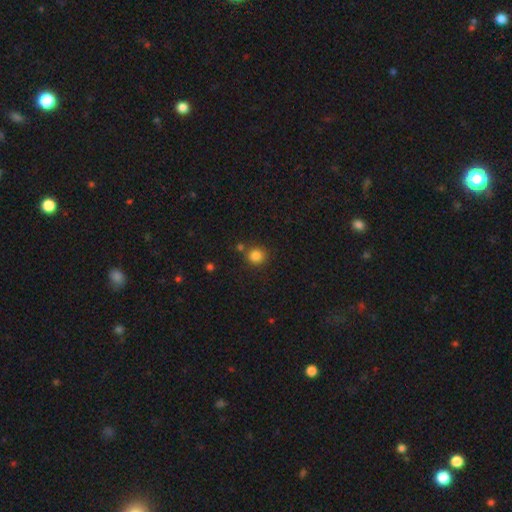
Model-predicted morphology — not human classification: smooth_or_featured: smooth (p=0.84) [alt: star or artifact p=0.12]
how_rounded: round (p=0.88) [alt: in between p=0.11]
merging: none (p=0.76) [alt: merger p=0.11]